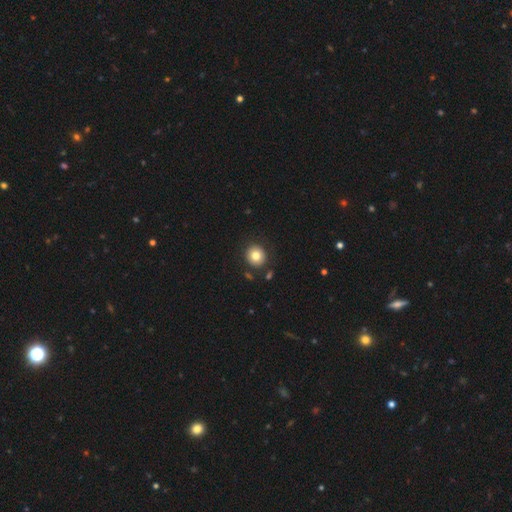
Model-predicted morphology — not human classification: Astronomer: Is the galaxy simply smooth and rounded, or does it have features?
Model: smooth — 81%.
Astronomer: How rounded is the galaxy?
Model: round — 89%.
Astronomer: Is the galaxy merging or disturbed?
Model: none — 87%.